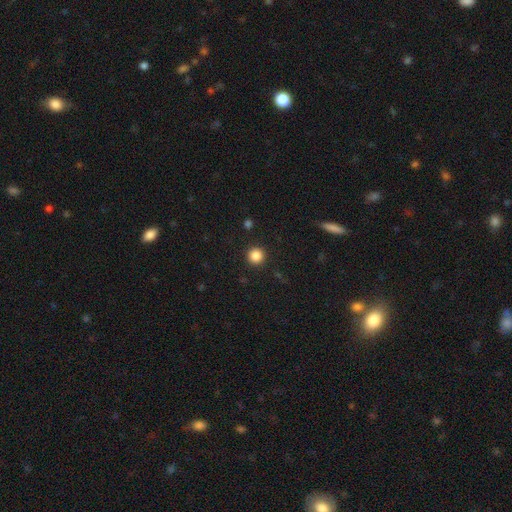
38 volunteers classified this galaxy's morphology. This is clearly a smooth galaxy (89%). How rounded: clearly round (97%). Merging: clearly none (97%).